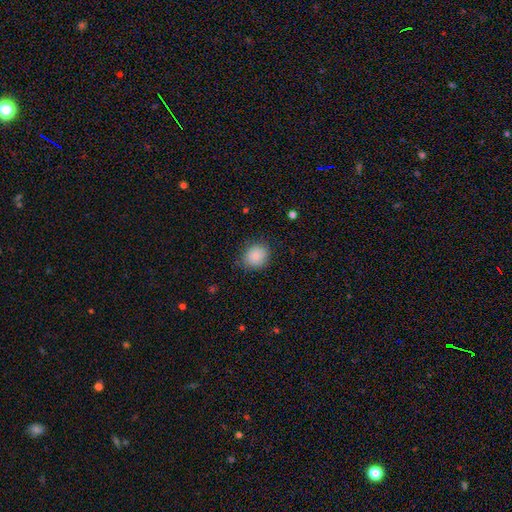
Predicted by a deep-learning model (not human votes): Q: Smooth or featured?
A: smooth (87%); runner-up: star or artifact (8%)
Q: How rounded?
A: round (69%); runner-up: in between (30%)
Q: Merging?
A: none (80%); runner-up: minor disturbance (16%)